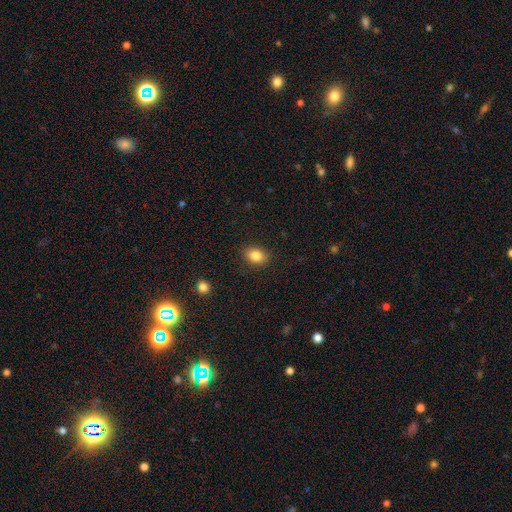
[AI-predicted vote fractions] Smooth or featured?
  - smooth: 85% *
  - star or artifact: 9%
  - featured or disk: 6%
How rounded?
  - in between: 65% *
  - round: 33%
  - cigar-shaped: 1%
Merging?
  - none: 88% *
  - minor disturbance: 9%
  - major disturbance: 2%
  - merger: 1%